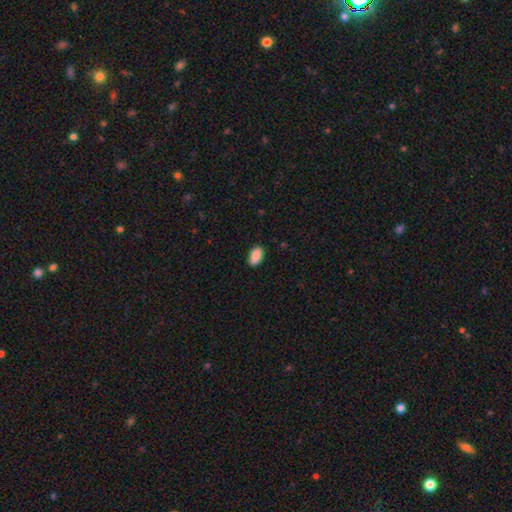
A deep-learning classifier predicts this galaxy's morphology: This is clearly a smooth galaxy (89%). How rounded: clearly in between (93%). Merging: clearly none (85%).